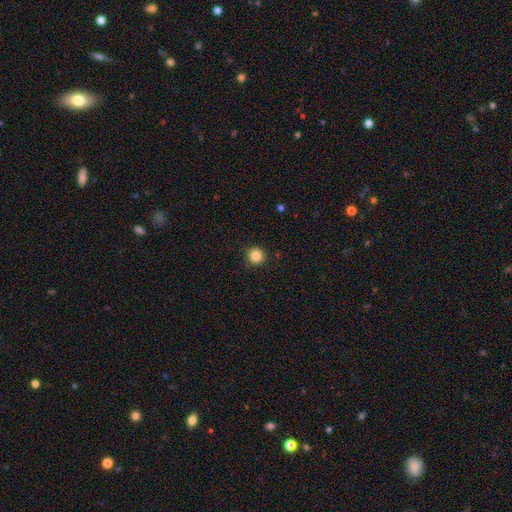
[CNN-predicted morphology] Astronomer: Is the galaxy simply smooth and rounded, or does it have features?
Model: smooth — 85%.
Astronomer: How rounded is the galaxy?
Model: round — 94%.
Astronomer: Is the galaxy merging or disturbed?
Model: none — 89%.